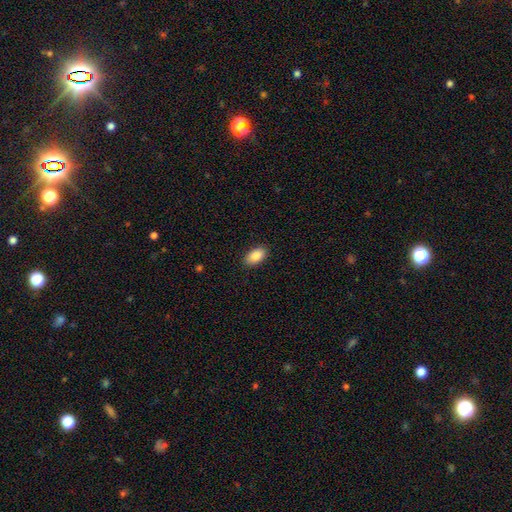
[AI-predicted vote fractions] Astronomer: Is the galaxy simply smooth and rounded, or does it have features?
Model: smooth — 87%.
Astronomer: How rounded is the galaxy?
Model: in between — 93%.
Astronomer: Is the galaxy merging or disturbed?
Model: none — 89%.